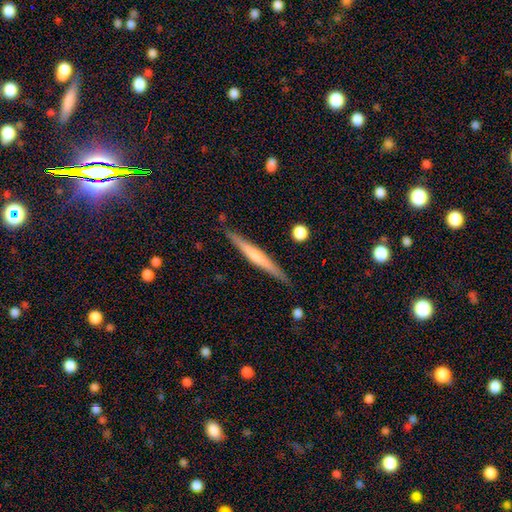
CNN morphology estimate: Smooth or featured? featured or disk (55%)
Edge-on disk? yes (97%)
Edge-on bulge? none (43%)
Merging? none (87%)